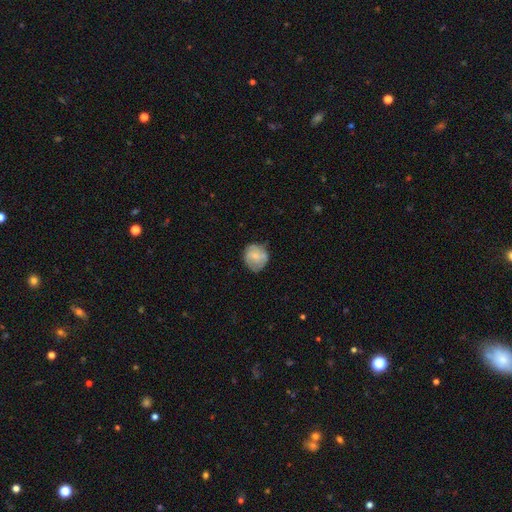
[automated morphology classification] smooth-or-featured: smooth: 60% | featured or disk: 33% | star or artifact: 7%
  how-rounded: round: 81% | in between: 18% | cigar-shaped: 1%
  merging: none: 67% | minor disturbance: 25% | major disturbance: 7% | merger: 2%